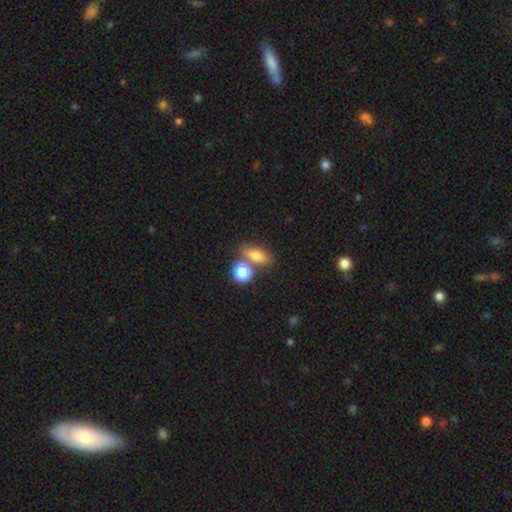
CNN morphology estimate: Smooth or featured: smooth — 76% (featured or disk — 12%)
How rounded: in between — 69% (round — 21%)
Merging: none — 57% (merger — 26%)